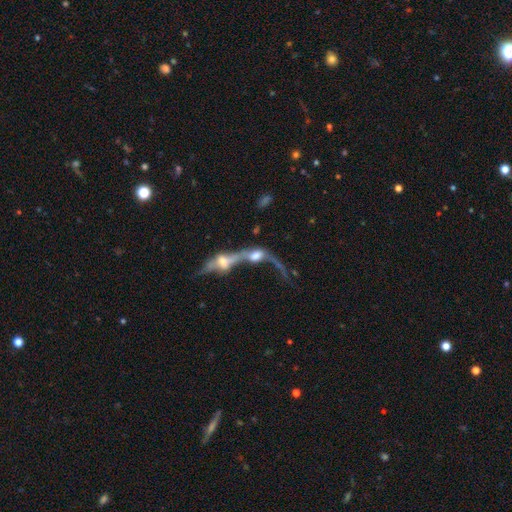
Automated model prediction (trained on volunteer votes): This appears to be a featured or disk galaxy (57%). Merging: merger (82%).